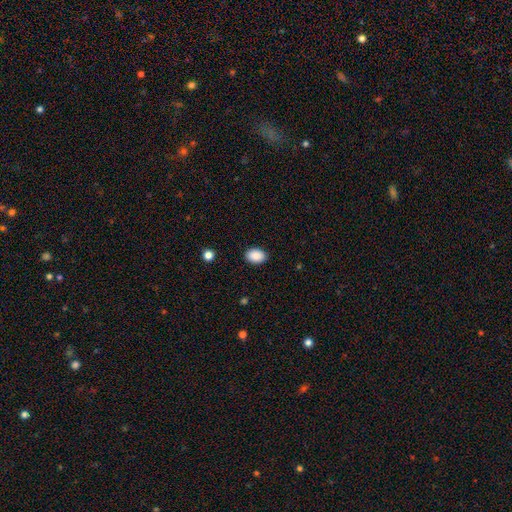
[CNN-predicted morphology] smooth 90%, star or artifact 7%, featured or disk 3%. Down the decision tree: how rounded — in between (84%); merging — none (89%).